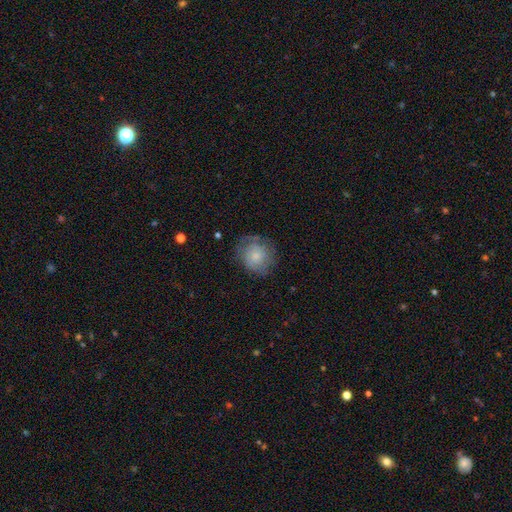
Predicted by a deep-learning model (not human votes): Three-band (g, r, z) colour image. It shows a smooth galaxy with no disk features (63%) that is round (81%). Merging: none (68%).